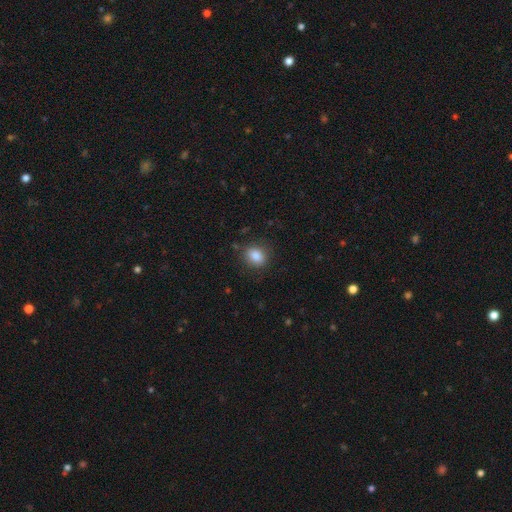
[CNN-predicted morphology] type=smooth (86%); roundness=in between (52%); merging=none (83%).